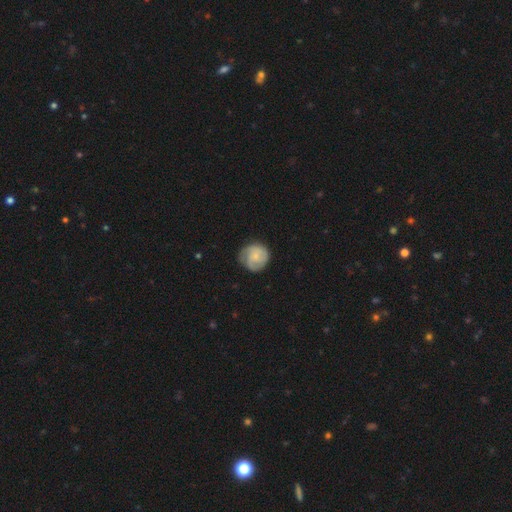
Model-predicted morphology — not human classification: Q: Smooth or featured?
A: smooth (48%); runner-up: featured or disk (46%)
Q: Merging?
A: none (69%); runner-up: minor disturbance (22%)